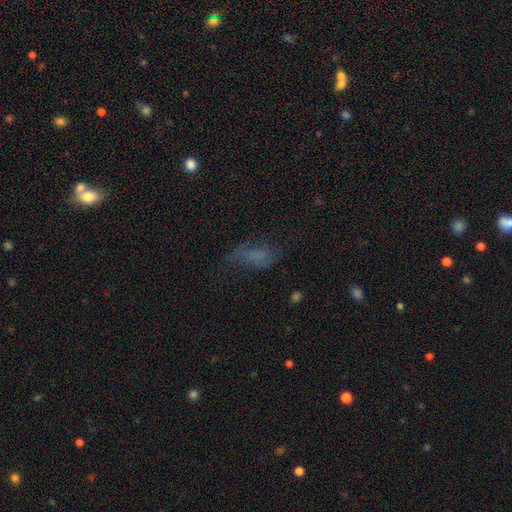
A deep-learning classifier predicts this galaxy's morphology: smooth 53%, featured or disk 28%, star or artifact 19%. Down the decision tree: how rounded — in between (81%); merging — none (41%).